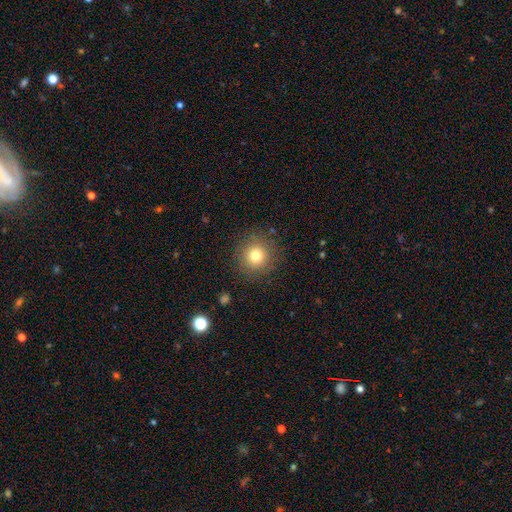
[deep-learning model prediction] Smooth or featured: smooth — 78% (star or artifact — 13%)
How rounded: round — 94% (in between — 5%)
Merging: none — 88% (minor disturbance — 7%)